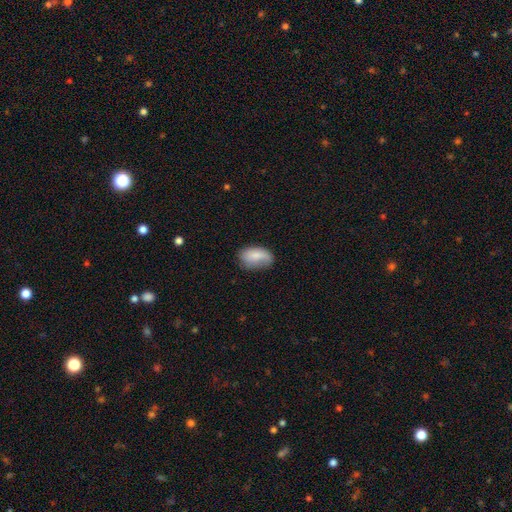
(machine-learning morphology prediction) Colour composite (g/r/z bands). It shows a smooth galaxy with no disk features (79%) that is in between round and cigar-shaped (91%). Merging: none (58%).